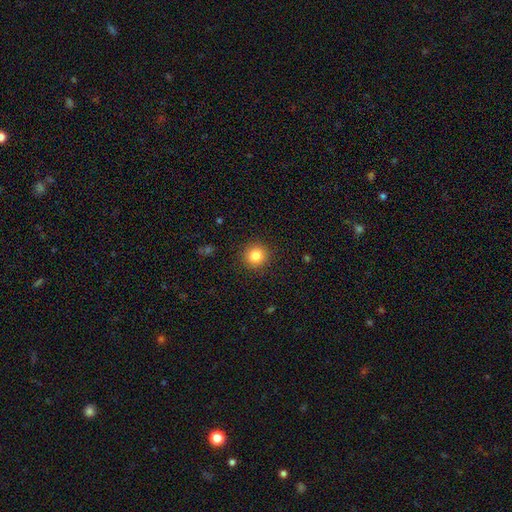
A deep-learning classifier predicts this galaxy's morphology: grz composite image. It shows a smooth galaxy with no disk features (84%) that is round (94%). Merging: none (91%).